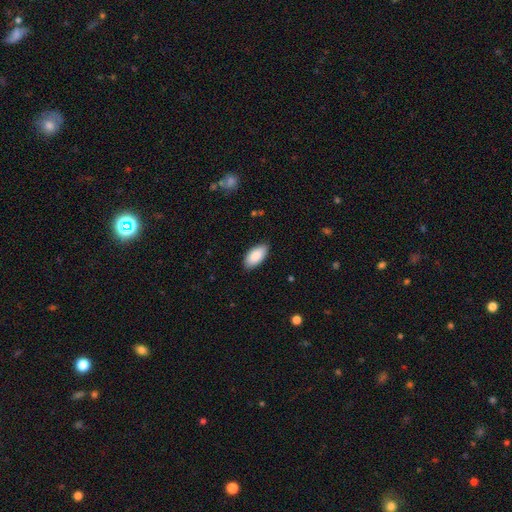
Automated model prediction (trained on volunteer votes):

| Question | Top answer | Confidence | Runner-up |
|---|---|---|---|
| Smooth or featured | smooth | 88% | featured or disk (6%) |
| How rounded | in between | 94% | cigar-shaped (4%) |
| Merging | none | 87% | minor disturbance (10%) |